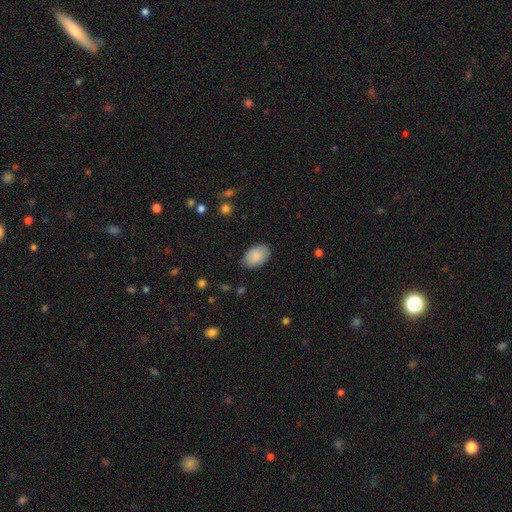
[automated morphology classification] This is clearly a smooth galaxy (89%). How rounded: clearly in between (89%). Merging: clearly none (84%).